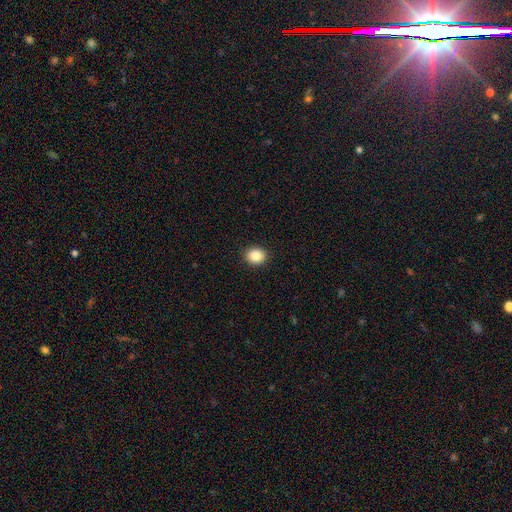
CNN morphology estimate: This is clearly a smooth galaxy (87%). How rounded: likely round (60%). Merging: clearly none (91%).